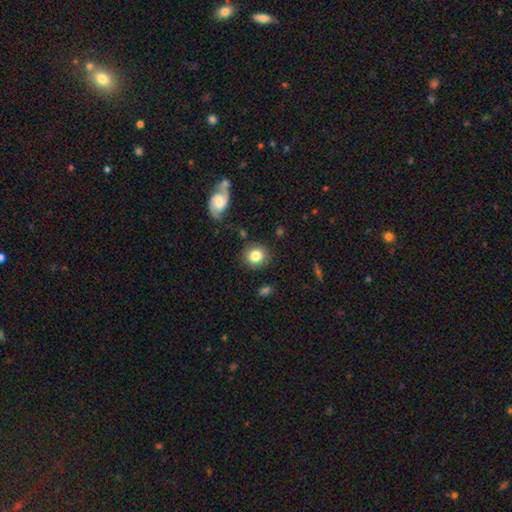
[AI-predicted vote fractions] This is clearly a smooth galaxy (81%). How rounded: clearly round (86%). Merging: clearly none (84%).